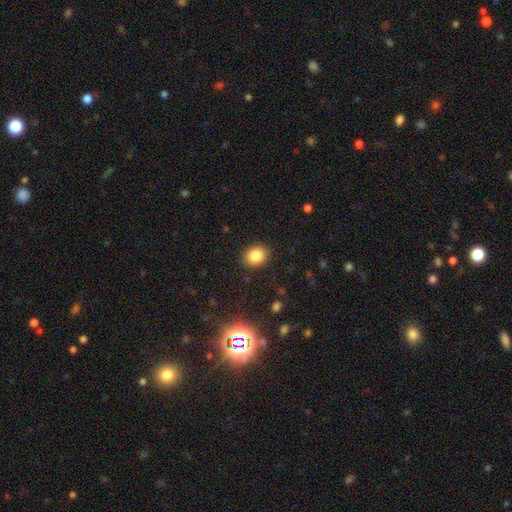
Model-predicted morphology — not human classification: Q: Smooth or featured?
A: smooth (85%); runner-up: star or artifact (10%)
Q: How rounded?
A: in between (50%); runner-up: round (49%)
Q: Merging?
A: none (89%); runner-up: minor disturbance (8%)